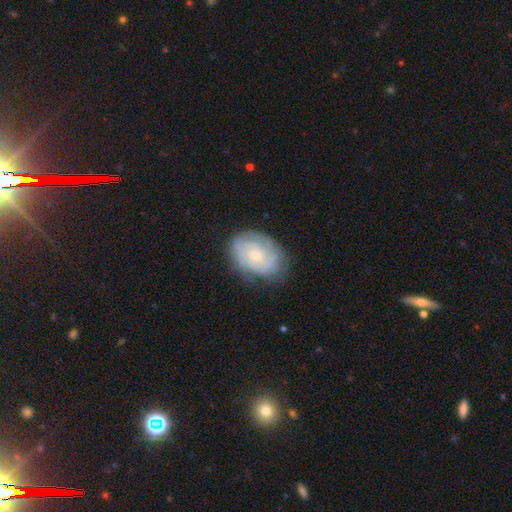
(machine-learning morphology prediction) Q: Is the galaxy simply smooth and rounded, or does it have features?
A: featured or disk — 70%.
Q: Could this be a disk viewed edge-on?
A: no — 97%.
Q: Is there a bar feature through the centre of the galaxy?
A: no — 76%.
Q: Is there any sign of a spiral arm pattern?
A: yes — 88%.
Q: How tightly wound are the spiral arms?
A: tight — 65%.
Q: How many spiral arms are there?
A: can't tell — 44%.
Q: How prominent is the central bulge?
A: small — 62%.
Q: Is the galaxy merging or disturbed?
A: none — 71%.